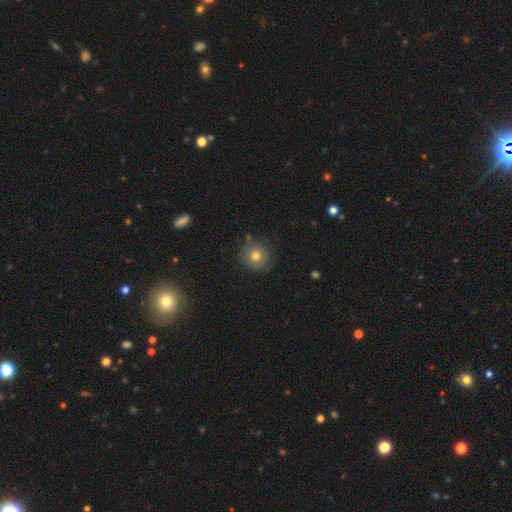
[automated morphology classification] This appears to be a smooth galaxy with no disk features (69%) that is round (93%). Merging: none (82%).